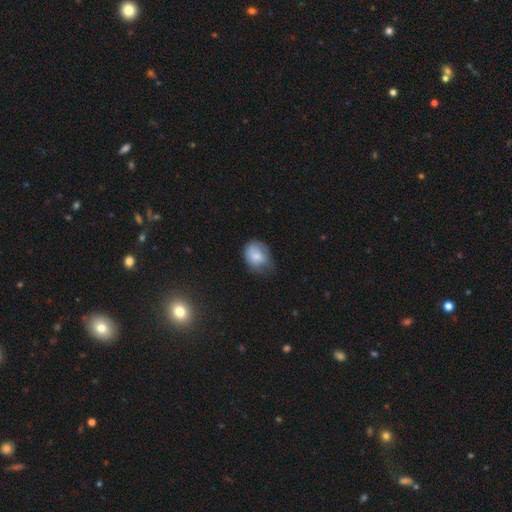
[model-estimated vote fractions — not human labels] Smooth or featured? Predicted: smooth (p=0.75). How rounded? Predicted: in between (p=0.59). Merging? Predicted: none (p=0.45).